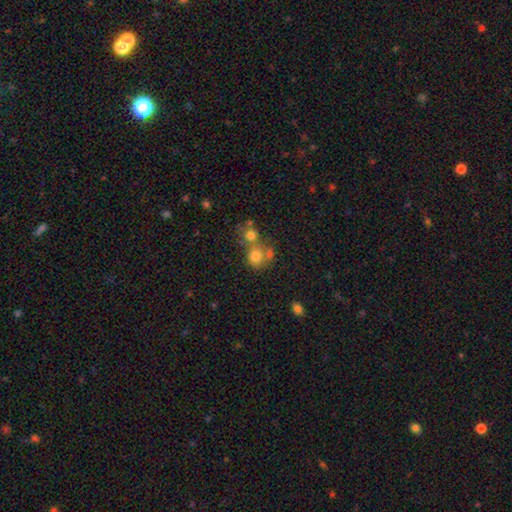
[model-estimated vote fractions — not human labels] Q: Smooth or featured?
A: smooth (73%); runner-up: star or artifact (14%)
Q: How rounded?
A: round (80%); runner-up: in between (19%)
Q: Merging?
A: merger (45%); runner-up: none (41%)